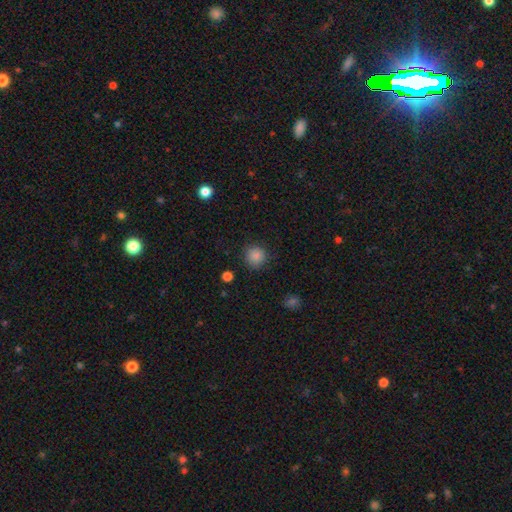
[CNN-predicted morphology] Smooth or featured? smooth (86%)
How rounded? round (93%)
Merging? none (88%)